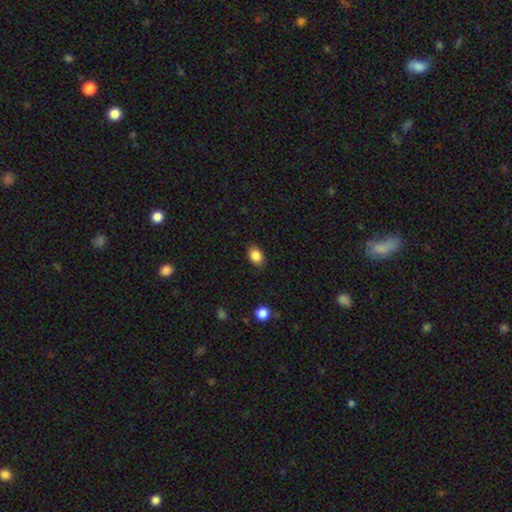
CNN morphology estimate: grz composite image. It shows a smooth galaxy with no disk features (87%) that is in between round and cigar-shaped (71%). Merging: none (84%).